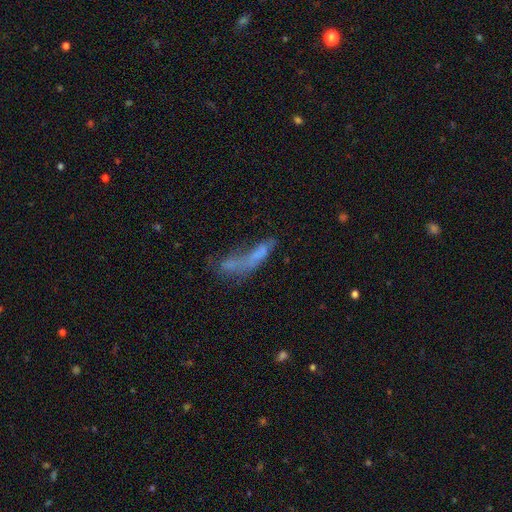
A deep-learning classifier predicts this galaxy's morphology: smooth-or-featured: smooth: 51% | featured or disk: 32% | star or artifact: 17%
  how-rounded: cigar-shaped: 61% | in between: 35% | round: 4%
  merging: merger: 30% | major disturbance: 29% | none: 25% | minor disturbance: 15%